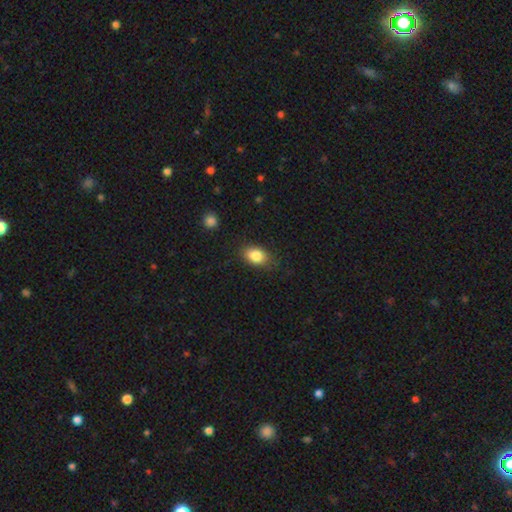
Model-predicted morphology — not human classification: Overall: smooth (85%). How rounded: in between (79%). Merging: none (80%).